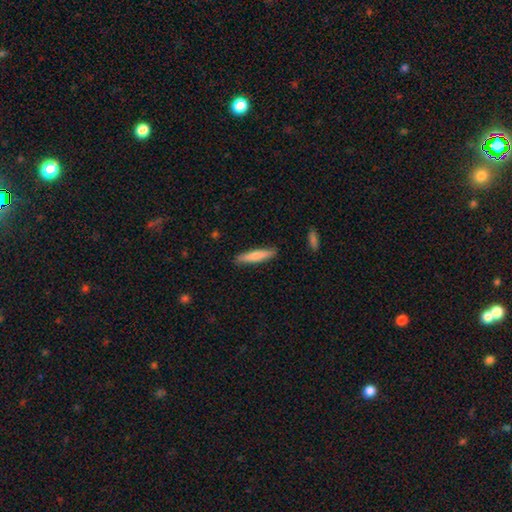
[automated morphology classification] smooth 73%, featured or disk 22%, star or artifact 5%. Down the decision tree: how rounded — cigar-shaped (86%); merging — none (89%).